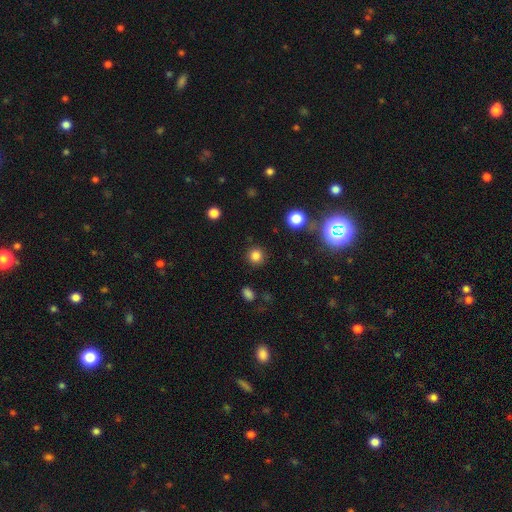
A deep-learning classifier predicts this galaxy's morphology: Smooth or featured: smooth — 82% (star or artifact — 14%)
How rounded: round — 93% (in between — 6%)
Merging: none — 90% (minor disturbance — 6%)